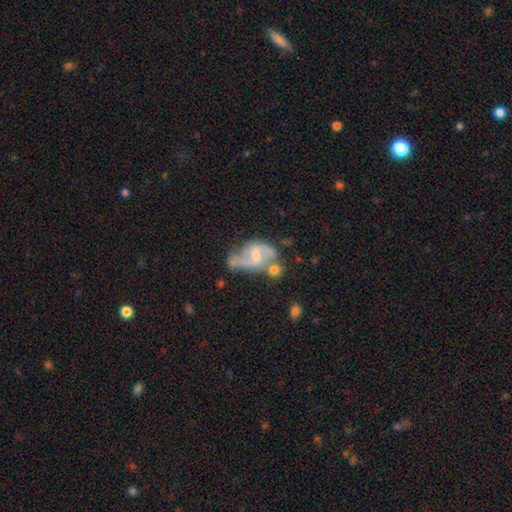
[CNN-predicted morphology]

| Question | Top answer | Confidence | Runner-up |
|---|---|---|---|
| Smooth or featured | featured or disk | 78% | smooth (15%) |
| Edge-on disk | no | 97% | yes (3%) |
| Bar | weak | 54% | no (26%) |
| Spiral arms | yes | 89% | no (11%) |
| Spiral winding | loose | 48% | medium (41%) |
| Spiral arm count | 2 | 87% | can't tell (6%) |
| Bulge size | small | 53% | moderate (36%) |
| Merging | none | 40% | minor disturbance (24%) |